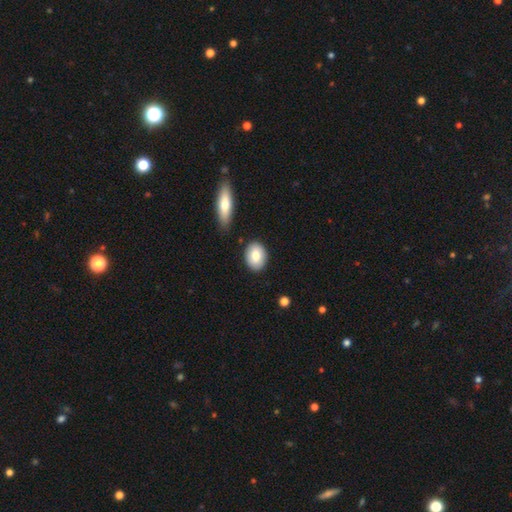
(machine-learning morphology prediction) smooth_or_featured: smooth (p=0.80) [alt: featured or disk p=0.14]
how_rounded: in between (p=0.64) [alt: round p=0.34]
merging: none (p=0.85) [alt: minor disturbance p=0.10]